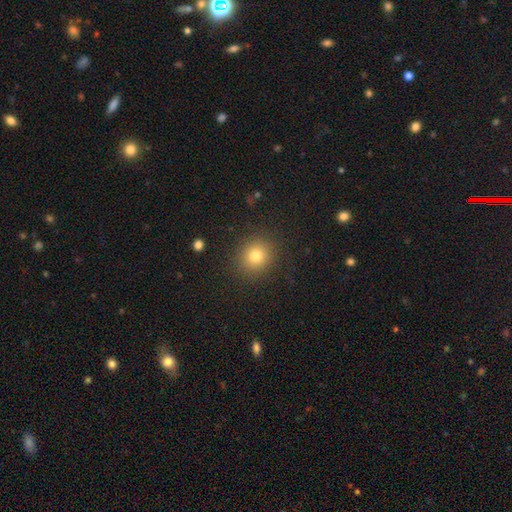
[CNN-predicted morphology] Smooth or featured? Predicted: smooth (p=0.80). How rounded? Predicted: round (p=0.86). Merging? Predicted: none (p=0.90).